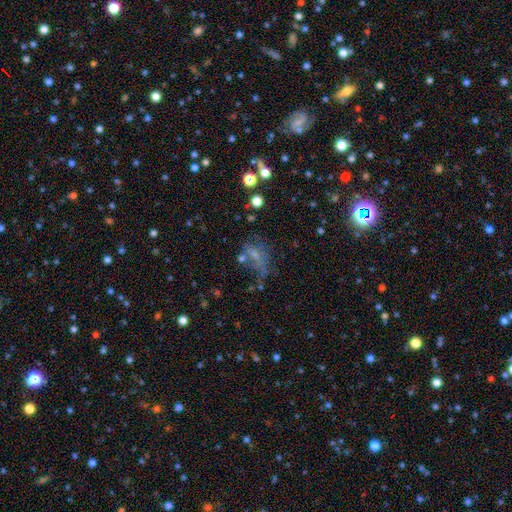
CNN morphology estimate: A smooth galaxy with no disk features (40%). Merging: major disturbance (35%).